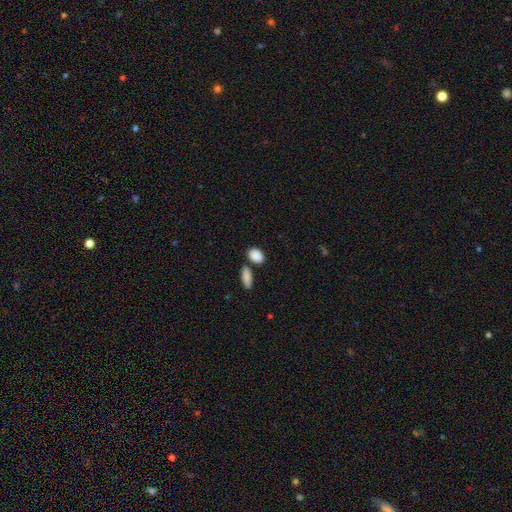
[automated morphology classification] smooth-or-featured: smooth: 89% | star or artifact: 7% | featured or disk: 4%
  how-rounded: in between: 79% | round: 18% | cigar-shaped: 3%
  merging: none: 68% | merger: 17% | minor disturbance: 11% | major disturbance: 3%